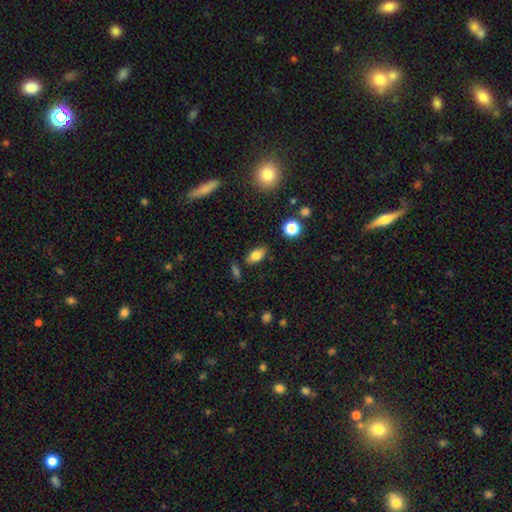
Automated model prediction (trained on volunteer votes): Q: Smooth or featured?
A: smooth (75%); runner-up: featured or disk (16%)
Q: How rounded?
A: in between (85%); runner-up: round (8%)
Q: Merging?
A: none (81%); runner-up: minor disturbance (13%)